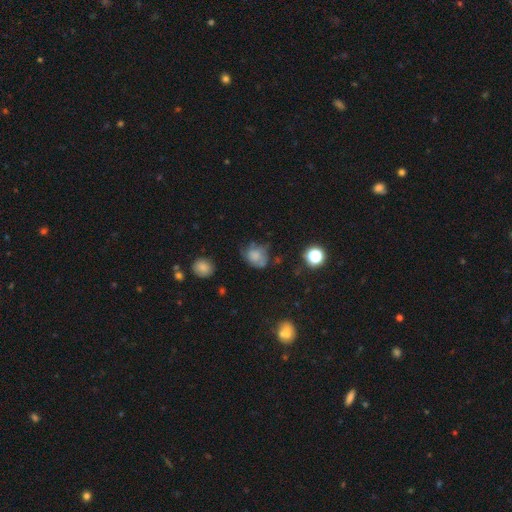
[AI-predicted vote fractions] Smooth or featured?
  - smooth: 68% *
  - featured or disk: 19%
  - star or artifact: 13%
How rounded?
  - round: 61% *
  - in between: 38%
  - cigar-shaped: 1%
Merging?
  - none: 48% *
  - minor disturbance: 31%
  - major disturbance: 17%
  - merger: 4%